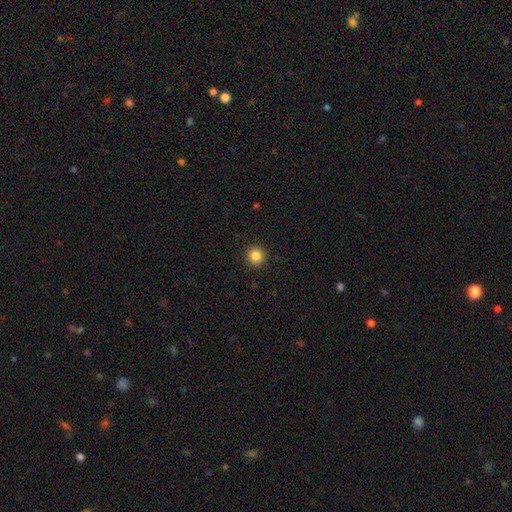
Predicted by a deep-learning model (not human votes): smooth 85%, star or artifact 11%, featured or disk 4%. Down the decision tree: how rounded — round (94%); merging — none (92%).